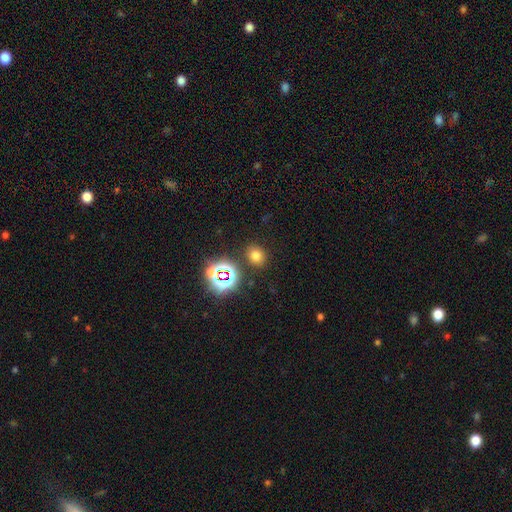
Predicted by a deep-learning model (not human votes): smooth-or-featured: smooth: 68% | star or artifact: 25% | featured or disk: 7%
  how-rounded: round: 66% | in between: 33% | cigar-shaped: 1%
  merging: none: 84% | minor disturbance: 8% | merger: 4% | major disturbance: 3%